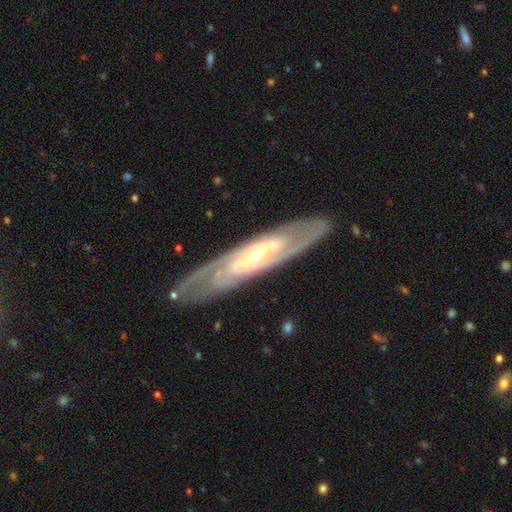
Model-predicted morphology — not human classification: A featured or disk galaxy (86%) with no bar (44%), 2 (52%) tight (57%) spiral arms (95%) and a small central bulge (80%). Merging: none (82%).